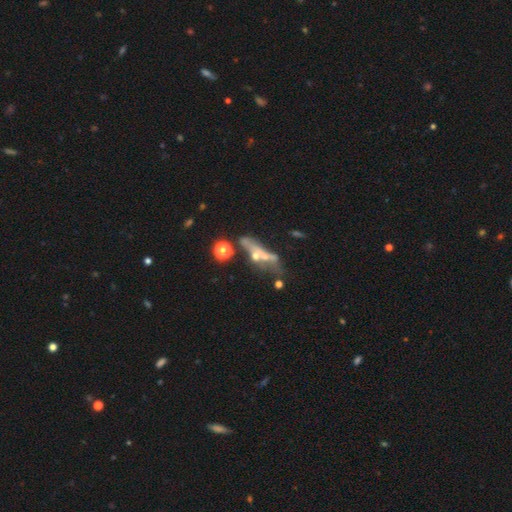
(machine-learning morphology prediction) Overall: featured or disk (53%; smooth 29%). Edge-on disk: no (53%; yes 47%). Merging: none (34%; merger 26%).